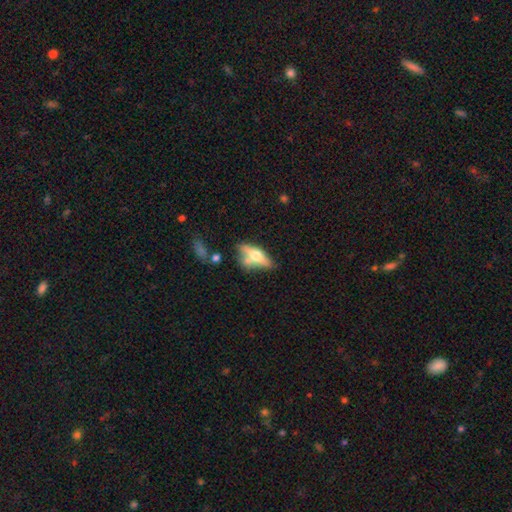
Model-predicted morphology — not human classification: The model was most divided on "smooth or featured": smooth: 48%, featured or disk: 45%, star or artifact: 7%. Remaining: merging — none (46%).